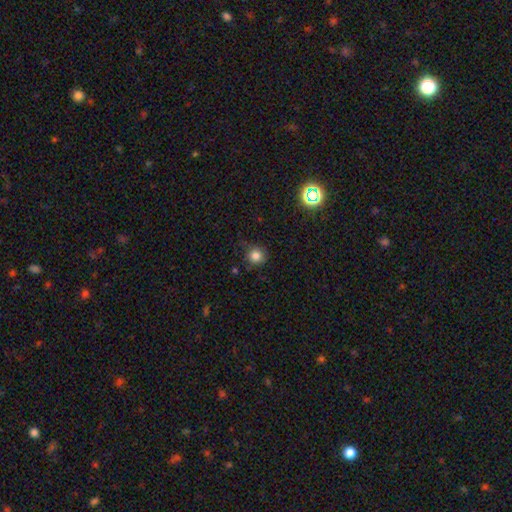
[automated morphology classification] Smooth or featured? Predicted: smooth (p=0.82). How rounded? Predicted: round (p=0.92). Merging? Predicted: none (p=0.75).